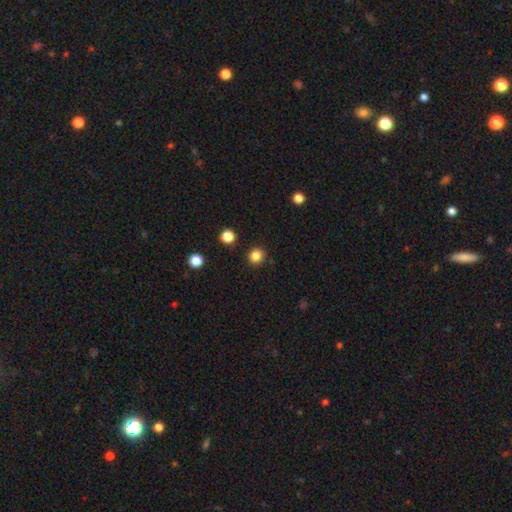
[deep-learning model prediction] This is clearly a smooth galaxy (84%). How rounded: clearly round (91%). Merging: clearly none (91%).